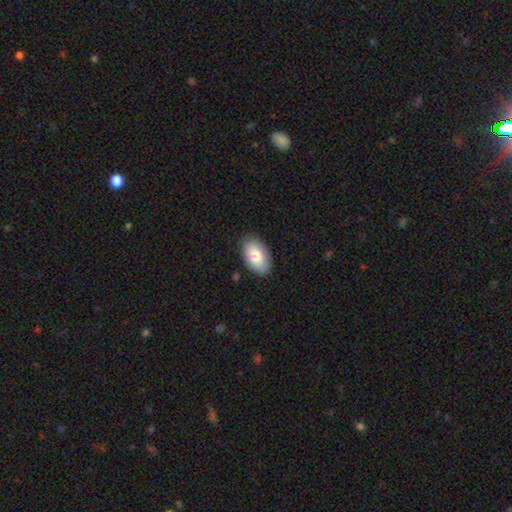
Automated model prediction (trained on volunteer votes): This appears to be a smooth galaxy with no disk features (84%) that is in between round and cigar-shaped (95%). Merging: none (85%).